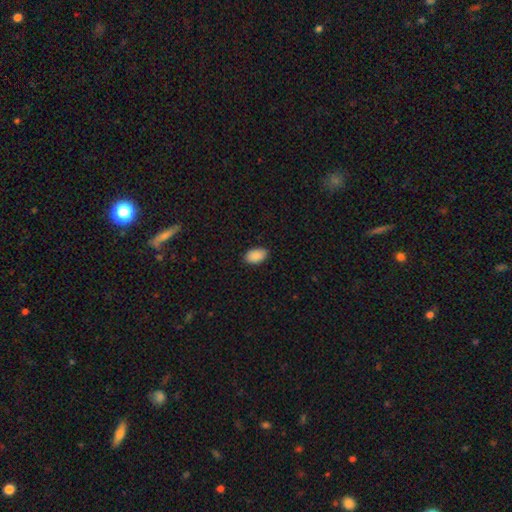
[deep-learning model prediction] The model was most divided on "merging": none: 87%, minor disturbance: 10%, major disturbance: 2%, merger: 1%. More confident: how rounded — in between (92%); smooth or featured — smooth (90%).